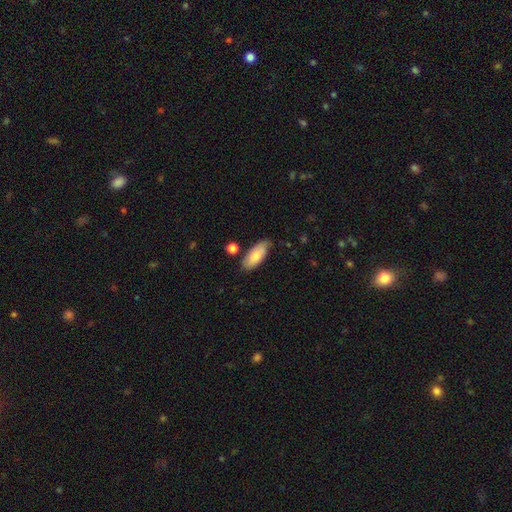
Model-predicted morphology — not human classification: type=smooth (79%); roundness=in between (83%); merging=none (73%).